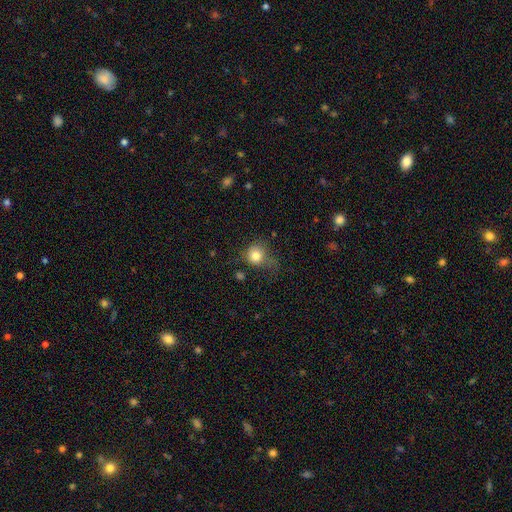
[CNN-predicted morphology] This appears to be a smooth galaxy with no disk features (80%) that is round (79%). Merging: none (47%).